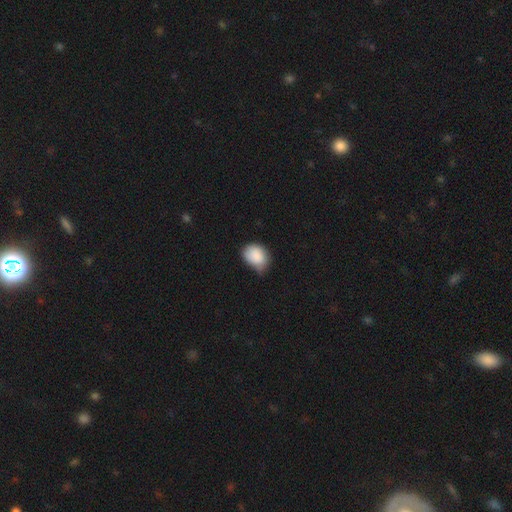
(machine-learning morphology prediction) smooth-or-featured: smooth: 87% | star or artifact: 7% | featured or disk: 5%
  how-rounded: in between: 59% | round: 40% | cigar-shaped: 1%
  merging: none: 45% | minor disturbance: 44% | major disturbance: 8% | merger: 3%